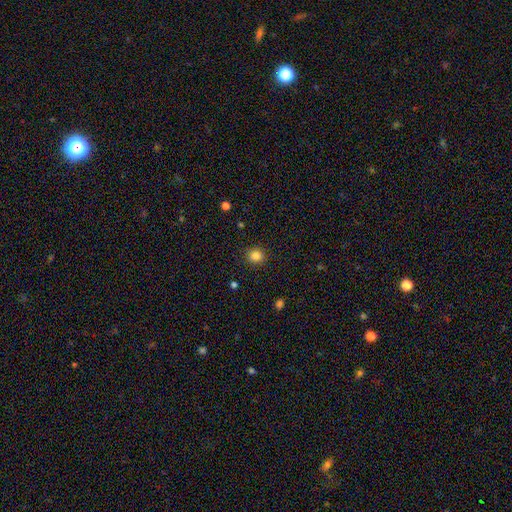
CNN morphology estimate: Q: Smooth or featured?
A: smooth (84%); runner-up: star or artifact (12%)
Q: How rounded?
A: round (86%); runner-up: in between (13%)
Q: Merging?
A: none (91%); runner-up: minor disturbance (6%)